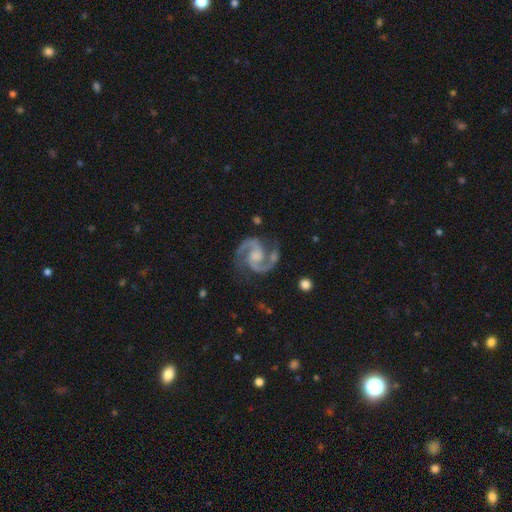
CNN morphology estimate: A featured or disk galaxy (94%) with no bar (54%), 2 (95%) medium (66%) spiral arms (99%) and a moderate central bulge (35%). Merging: none (77%).